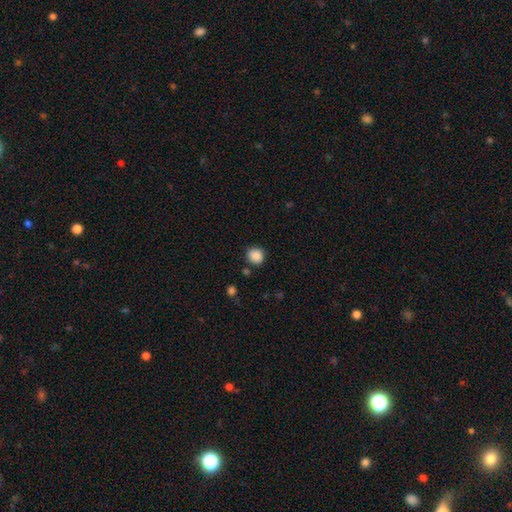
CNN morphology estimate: The model was most divided on "how rounded": round: 81%, in between: 18%, cigar-shaped: 1%. More confident: smooth or featured — smooth (88%); merging — none (81%).